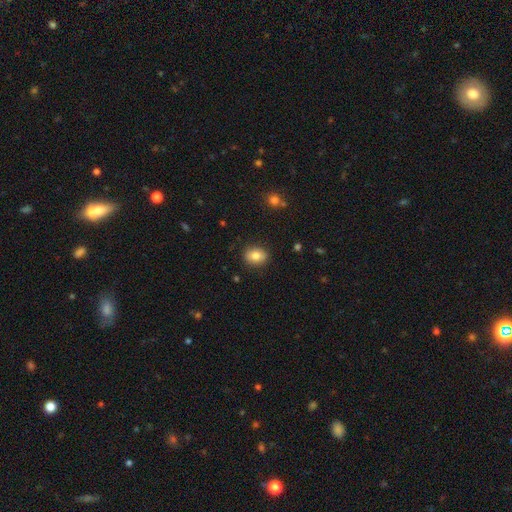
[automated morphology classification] type=smooth (81%); roundness=in between (51%); merging=none (87%).